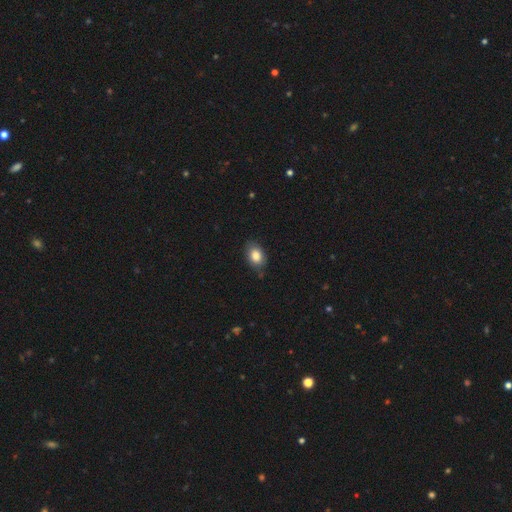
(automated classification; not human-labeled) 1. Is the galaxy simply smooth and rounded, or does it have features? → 83% smooth, 9% featured or disk, 8% star or artifact.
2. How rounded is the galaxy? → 83% in between, 16% round, 1% cigar-shaped.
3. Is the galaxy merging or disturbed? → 77% none, 18% minor disturbance, 3% major disturbance, 2% merger.